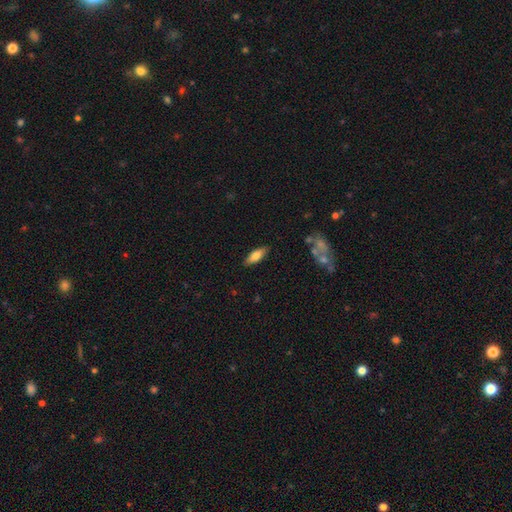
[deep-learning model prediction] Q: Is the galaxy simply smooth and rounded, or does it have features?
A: smooth — 73%.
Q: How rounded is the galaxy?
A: in between — 69%.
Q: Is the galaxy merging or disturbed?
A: none — 85%.